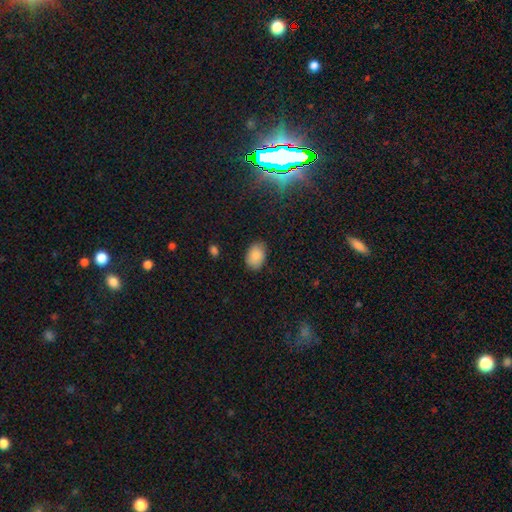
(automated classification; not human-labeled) This appears to be a smooth galaxy with no disk features (87%) that is in between round and cigar-shaped (83%). Merging: none (82%).